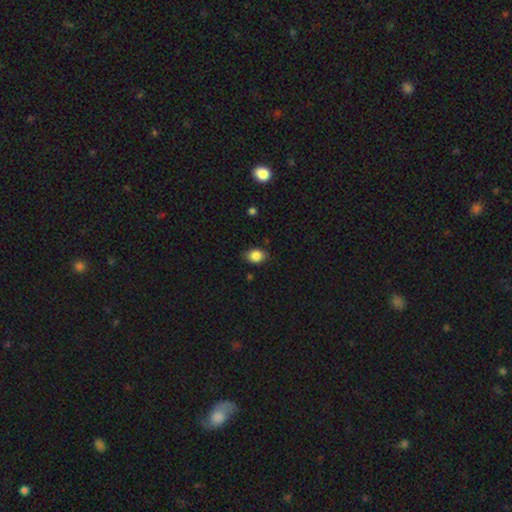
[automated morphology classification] type=smooth (86%); roundness=in between (63%); merging=none (79%).